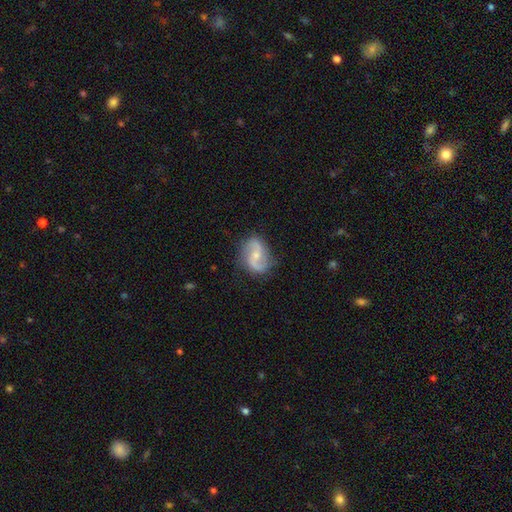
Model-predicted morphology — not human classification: This is clearly a featured or disk galaxy (83%). It is clearly not viewed edge-on (98%). Bar: marginally no (45%). Spiral arm pattern: clearly yes (96%). Spiral arm count: clearly 2 (92%). Spiral winding: possibly loose (55%). Central bulge: possibly small (51%). Merging: likely none (80%).